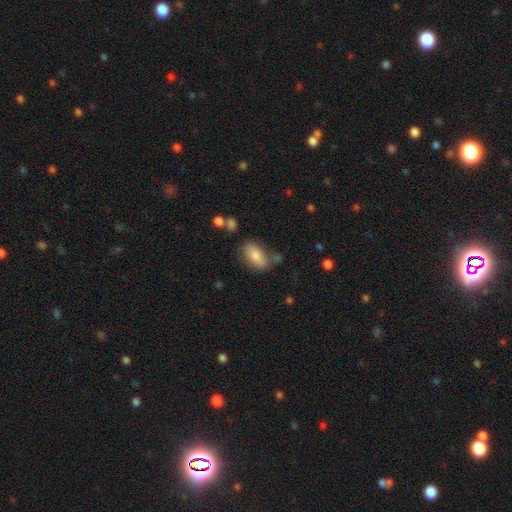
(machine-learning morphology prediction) Smooth or featured? smooth (79%)
How rounded? in between (91%)
Merging? none (66%)